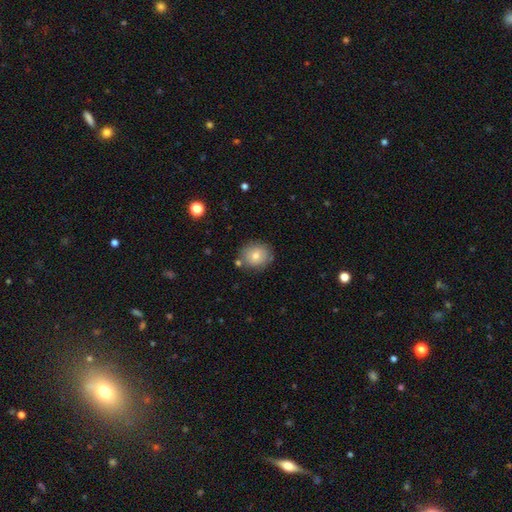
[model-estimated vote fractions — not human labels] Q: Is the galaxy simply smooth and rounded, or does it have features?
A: smooth — 74%.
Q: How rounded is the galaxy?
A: round — 78%.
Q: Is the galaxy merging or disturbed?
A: none — 81%.